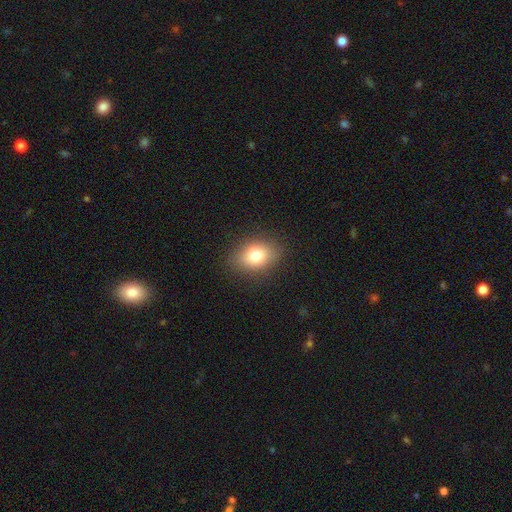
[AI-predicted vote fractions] Morphology: type=smooth (78%); roundness=in between (70%); merging=none (86%).